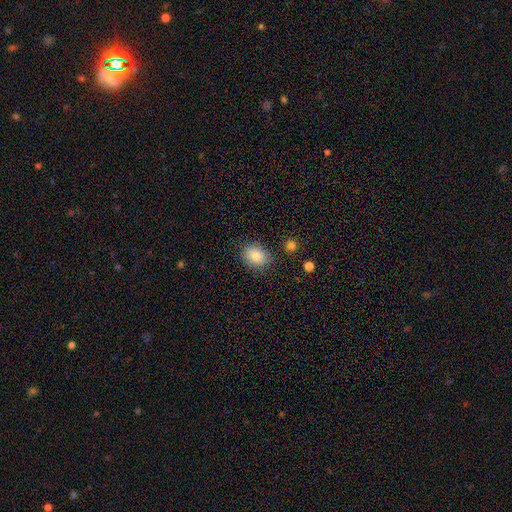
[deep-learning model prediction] A smooth galaxy with no disk features (84%) that is in between round and cigar-shaped (54%).

Vote fractions:
- Smooth or featured? smooth: 84% / star or artifact: 9% / featured or disk: 7%
- How rounded? in between: 54% / round: 45% / cigar-shaped: 1%
- Merging? none: 82% / minor disturbance: 13% / major disturbance: 3% / merger: 3%